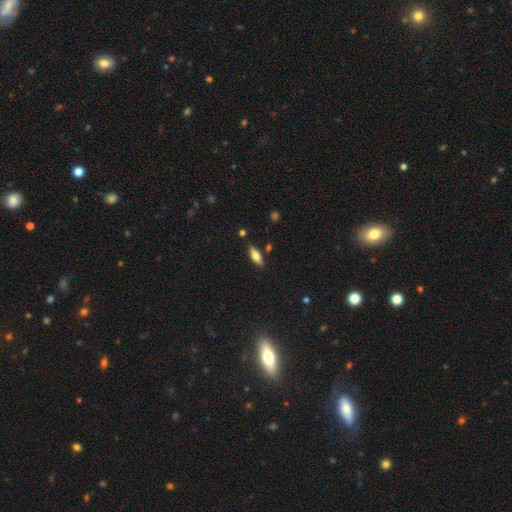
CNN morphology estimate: This is likely a smooth galaxy (65%). How rounded: likely in between (62%). Merging: clearly none (84%).